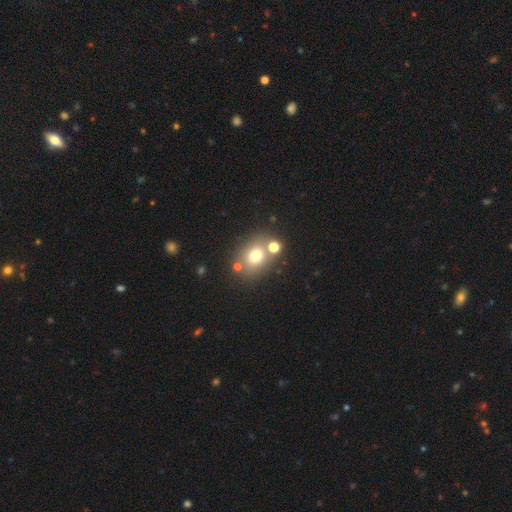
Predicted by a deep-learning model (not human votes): Smooth or featured?
  - smooth: 70% *
  - star or artifact: 15%
  - featured or disk: 15%
How rounded?
  - round: 54% *
  - in between: 45%
  - cigar-shaped: 1%
Merging?
  - none: 66% *
  - merger: 19%
  - minor disturbance: 11%
  - major disturbance: 4%